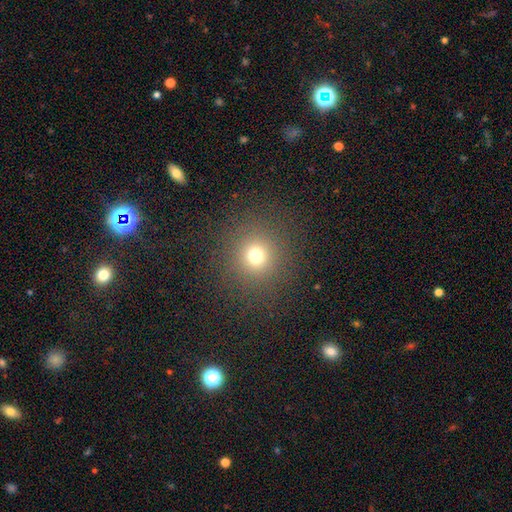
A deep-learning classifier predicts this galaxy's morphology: This appears to be a smooth galaxy with no disk features (71%) that is round (92%). Merging: none (88%).